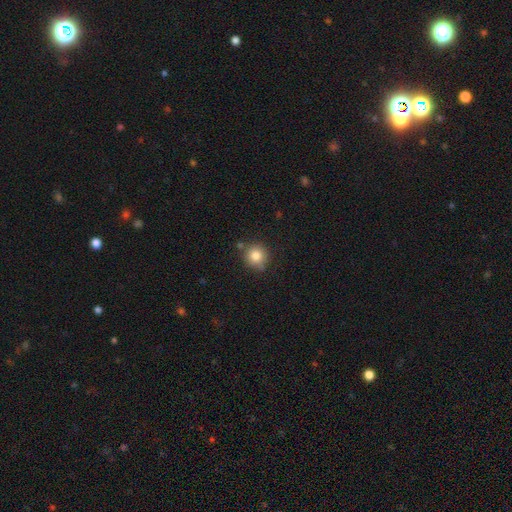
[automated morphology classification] Smooth or featured? smooth (82%)
How rounded? round (92%)
Merging? none (78%)